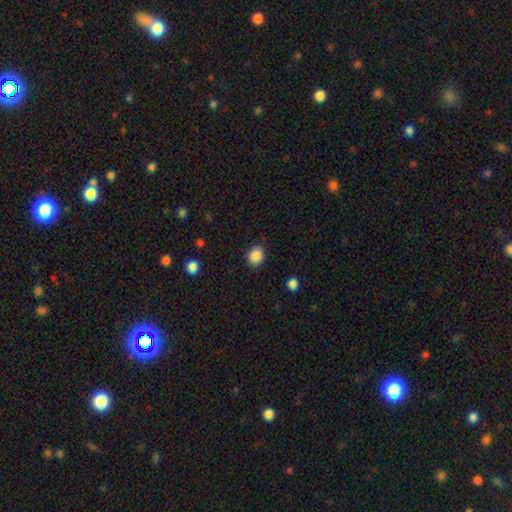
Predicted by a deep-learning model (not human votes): This is clearly a smooth galaxy (88%). How rounded: possibly round (57%). Merging: clearly none (87%).